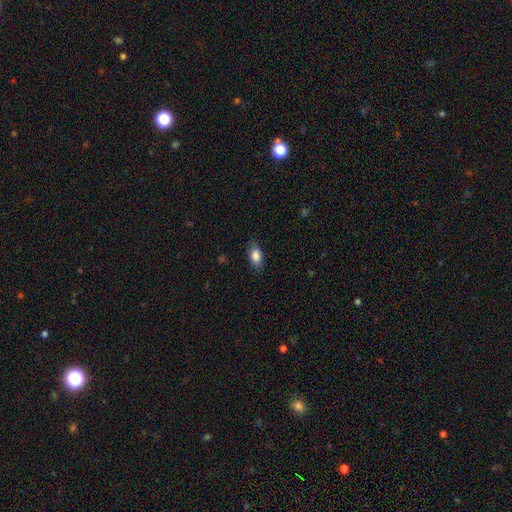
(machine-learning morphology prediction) A smooth galaxy with no disk features (85%) that is in between round and cigar-shaped (88%).

Vote fractions:
- Smooth or featured? smooth: 85% / featured or disk: 8% / star or artifact: 7%
- How rounded? in between: 88% / round: 7% / cigar-shaped: 5%
- Merging? none: 81% / minor disturbance: 15% / major disturbance: 3% / merger: 1%